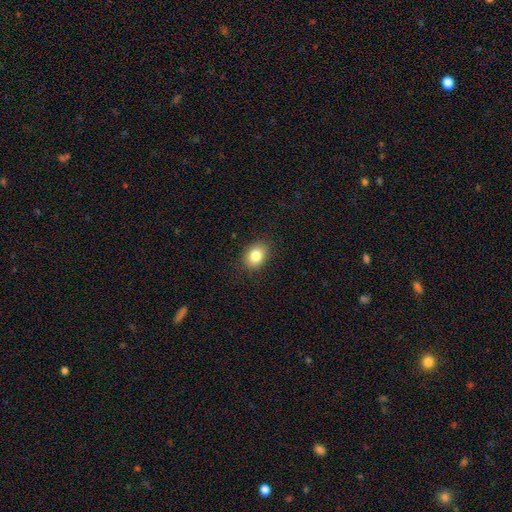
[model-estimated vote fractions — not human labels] Smooth or featured? Predicted: smooth (p=0.82). How rounded? Predicted: in between (p=0.62). Merging? Predicted: none (p=0.87).